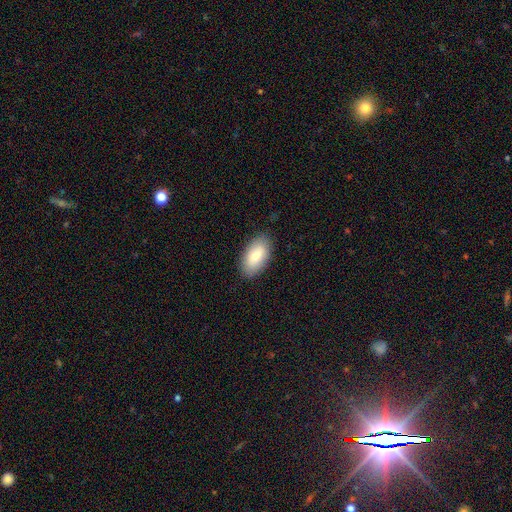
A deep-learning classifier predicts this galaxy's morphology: Smooth or featured: smooth — 79% (featured or disk — 15%)
How rounded: in between — 94% (cigar-shaped — 3%)
Merging: none — 87% (minor disturbance — 10%)